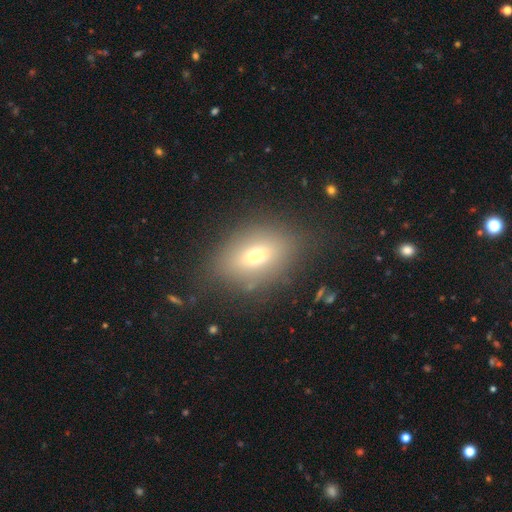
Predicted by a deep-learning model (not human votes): This is likely a smooth galaxy (64%). How rounded: likely in between (72%). Merging: likely none (76%).